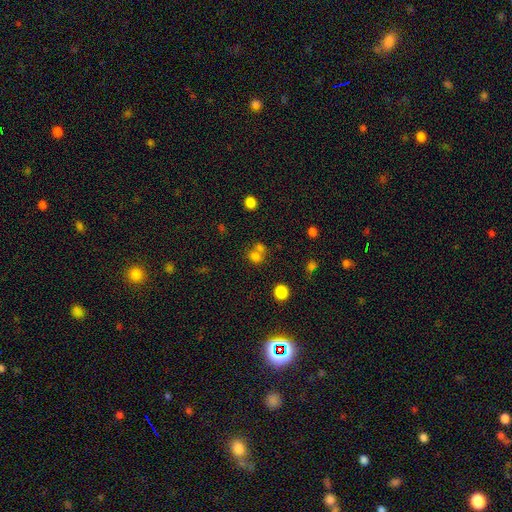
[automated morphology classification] Smooth or featured: smooth — 73% (star or artifact — 18%)
How rounded: round — 71% (in between — 28%)
Merging: merger — 46% (none — 41%)